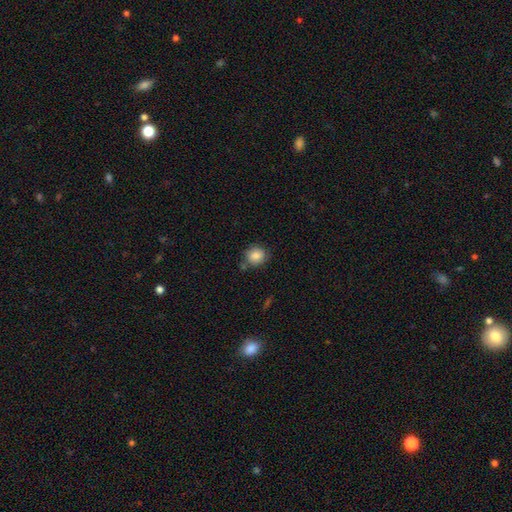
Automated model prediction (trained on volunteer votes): Morphology: type=smooth (86%); roundness=round (80%); merging=none (73%).